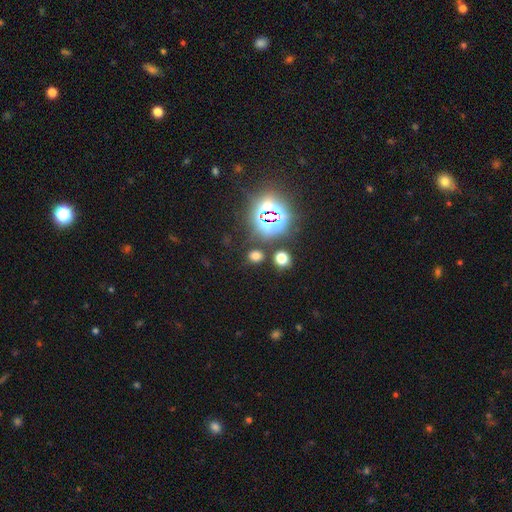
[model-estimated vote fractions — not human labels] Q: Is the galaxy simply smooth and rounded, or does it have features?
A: smooth — 59%.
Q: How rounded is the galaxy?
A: round — 57%.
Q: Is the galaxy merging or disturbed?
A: none — 81%.